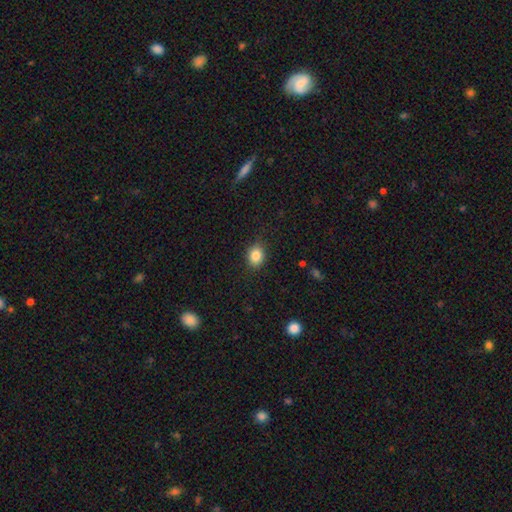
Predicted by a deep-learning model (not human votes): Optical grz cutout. It shows a smooth galaxy with no disk features (85%) that is round (51%). Merging: none (85%).